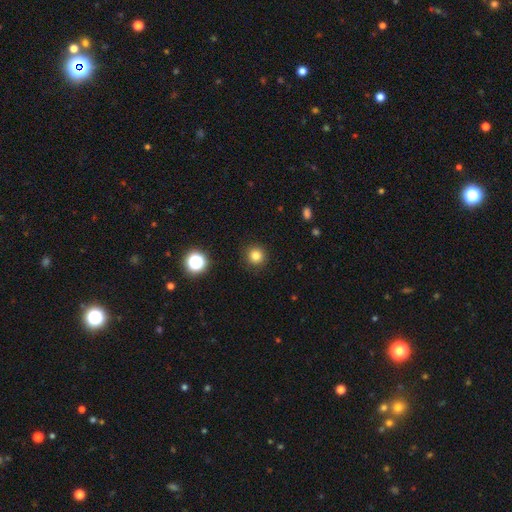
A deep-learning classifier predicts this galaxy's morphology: smooth-or-featured: smooth: 81% | star or artifact: 14% | featured or disk: 5%
  how-rounded: round: 95% | in between: 4% | cigar-shaped: 1%
  merging: none: 91% | minor disturbance: 6% | major disturbance: 2% | merger: 1%